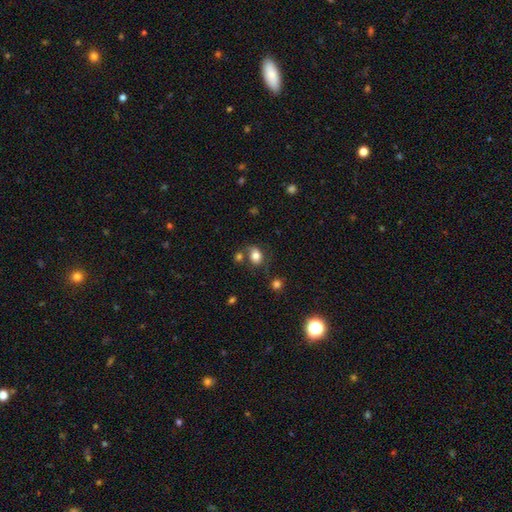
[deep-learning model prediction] This is likely a smooth galaxy (78%). How rounded: possibly in between (55%). Merging: possibly none (55%).